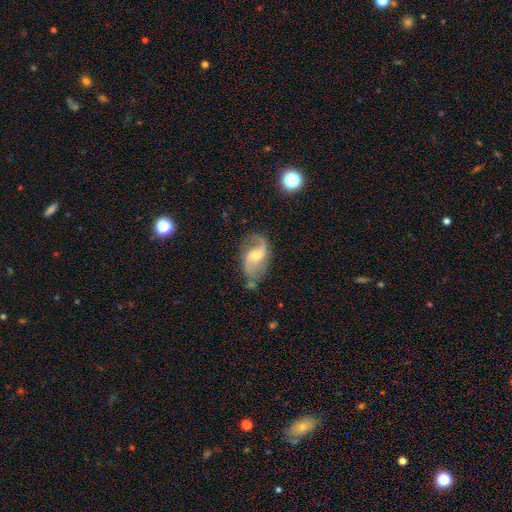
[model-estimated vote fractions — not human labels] Smooth or featured? Predicted: featured or disk (p=0.85). Edge-on disk? Predicted: no (p=0.97). Bar? Predicted: weak (p=0.47). Spiral arms? Predicted: yes (p=0.96). Spiral winding? Predicted: loose (p=0.63). Spiral arm count? Predicted: 2 (p=0.90). Bulge size? Predicted: moderate (p=0.52). Merging? Predicted: none (p=0.70).